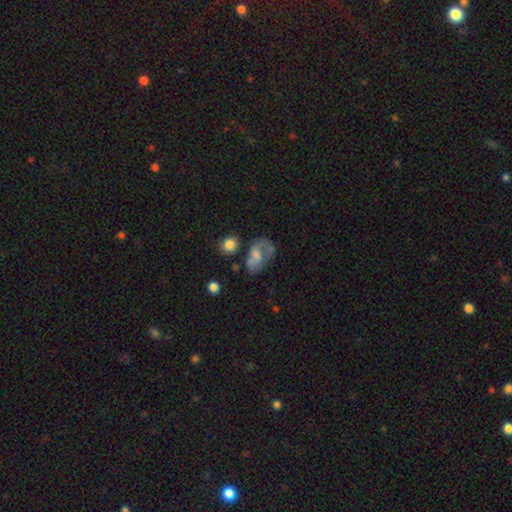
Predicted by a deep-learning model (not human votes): Smooth or featured? featured or disk (49%)
Merging? none (42%)